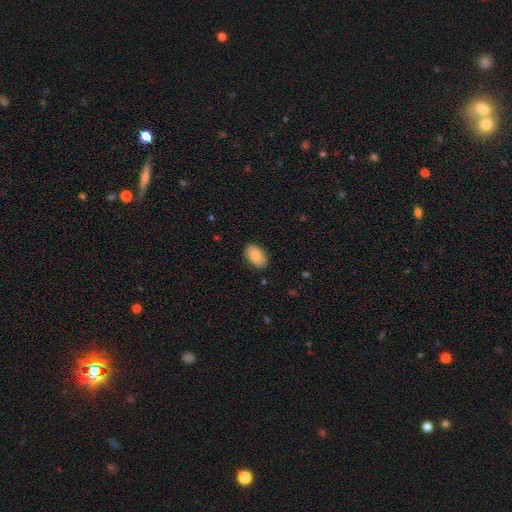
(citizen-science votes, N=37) This is clearly a smooth galaxy (86%). How rounded: clearly in between (97%). Merging: clearly none (83%).